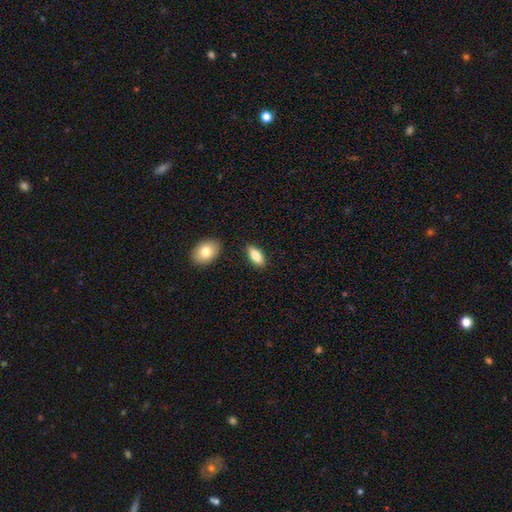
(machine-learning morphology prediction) This is likely a smooth galaxy (77%). How rounded: clearly in between (81%). Merging: clearly none (85%).